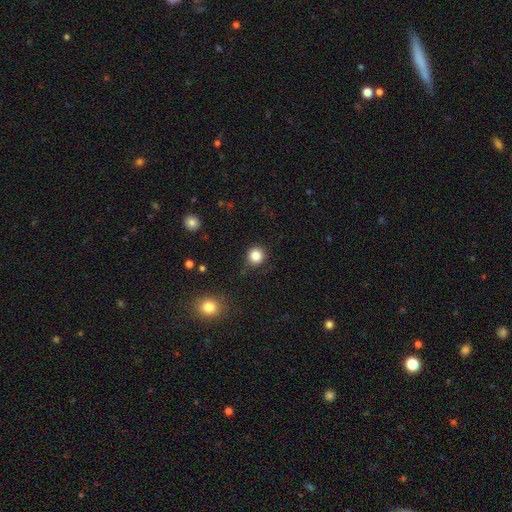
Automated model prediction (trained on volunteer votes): A smooth galaxy with no disk features (84%) that is round (90%).

Vote fractions:
- Smooth or featured? smooth: 84% / star or artifact: 11% / featured or disk: 4%
- How rounded? round: 90% / in between: 9% / cigar-shaped: 1%
- Merging? none: 85% / minor disturbance: 11% / major disturbance: 3% / merger: 2%